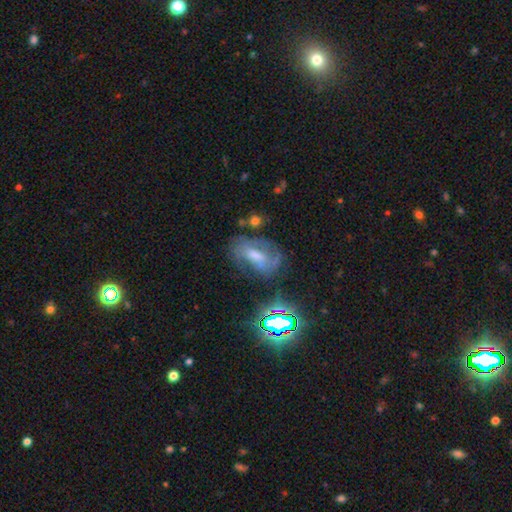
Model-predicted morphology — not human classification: Overall: featured or disk (55%; star or artifact 23%). Edge-on disk: no (94%). Bar: weak (46%; no 32%). Spiral arms: yes (74%). Bulge size: moderate (49%; small 30%). Merging: none (58%; minor disturbance 22%).